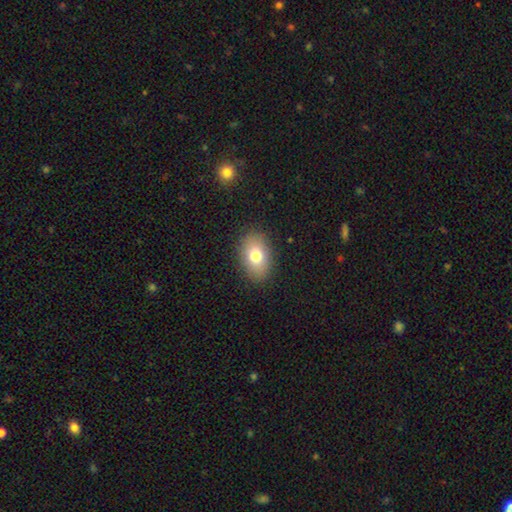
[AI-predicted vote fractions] smooth 77%, featured or disk 14%, star or artifact 9%. Down the decision tree: how rounded — in between (85%); merging — none (88%).